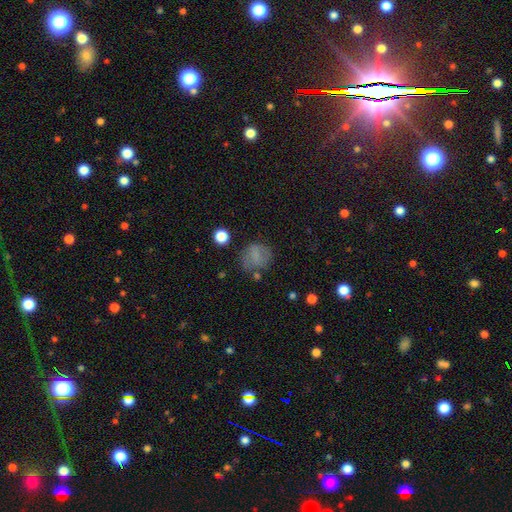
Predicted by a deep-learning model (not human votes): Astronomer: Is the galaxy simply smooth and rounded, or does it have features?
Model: smooth — 68%.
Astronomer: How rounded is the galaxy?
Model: round — 69%.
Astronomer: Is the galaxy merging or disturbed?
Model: none — 60%.